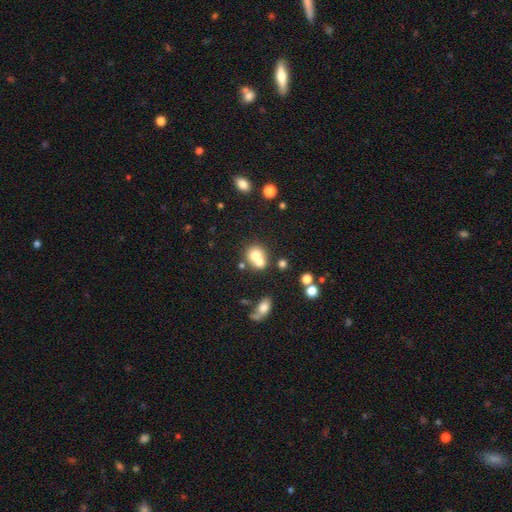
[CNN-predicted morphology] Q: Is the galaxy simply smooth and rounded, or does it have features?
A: smooth — 69%.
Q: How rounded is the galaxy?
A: round — 75%.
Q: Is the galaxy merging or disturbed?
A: merger — 56%.